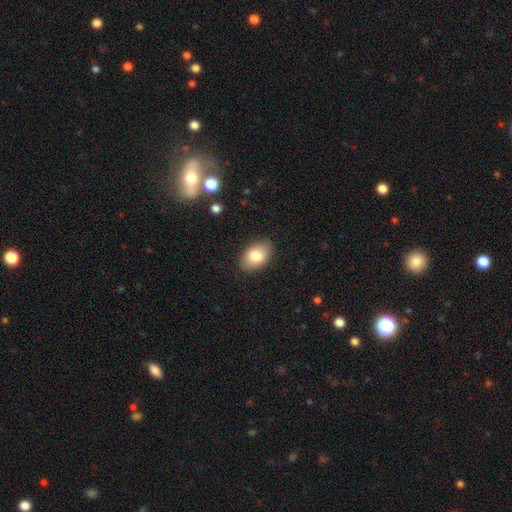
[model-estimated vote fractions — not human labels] Q: Smooth or featured?
A: smooth (81%); runner-up: featured or disk (11%)
Q: How rounded?
A: in between (89%); runner-up: round (10%)
Q: Merging?
A: none (86%); runner-up: minor disturbance (11%)